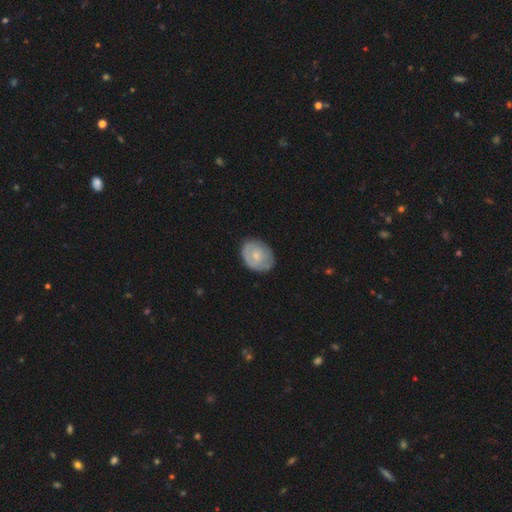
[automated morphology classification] Smooth or featured?
  - smooth: 51% *
  - featured or disk: 43%
  - star or artifact: 6%
How rounded?
  - in between: 61% *
  - round: 38%
  - cigar-shaped: 1%
Merging?
  - none: 77% *
  - minor disturbance: 18%
  - major disturbance: 4%
  - merger: 1%